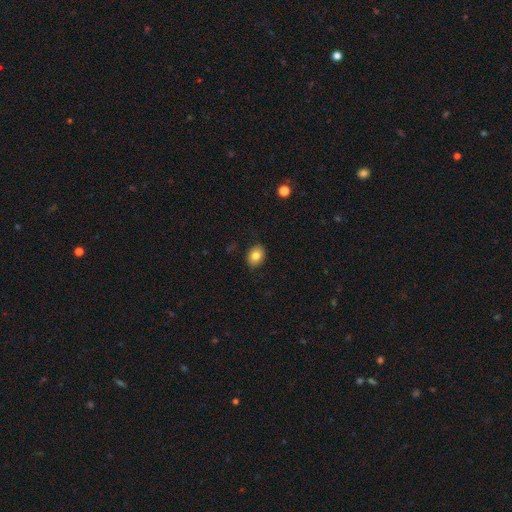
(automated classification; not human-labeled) Smooth or featured? Predicted: smooth (p=0.81). How rounded? Predicted: in between (p=0.64). Merging? Predicted: none (p=0.88).